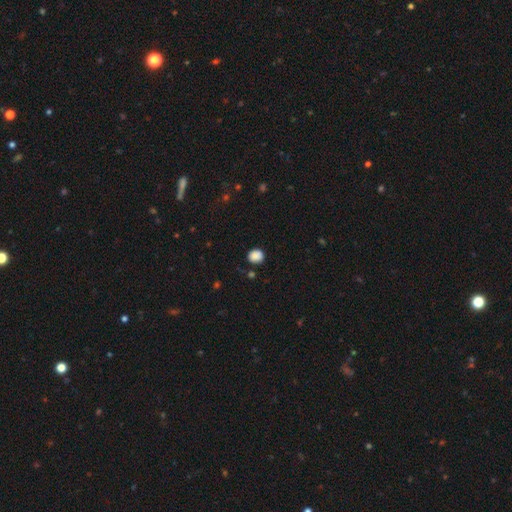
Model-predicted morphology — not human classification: Smooth or featured: smooth — 87% (star or artifact — 9%)
How rounded: round — 74% (in between — 25%)
Merging: none — 83% (minor disturbance — 12%)